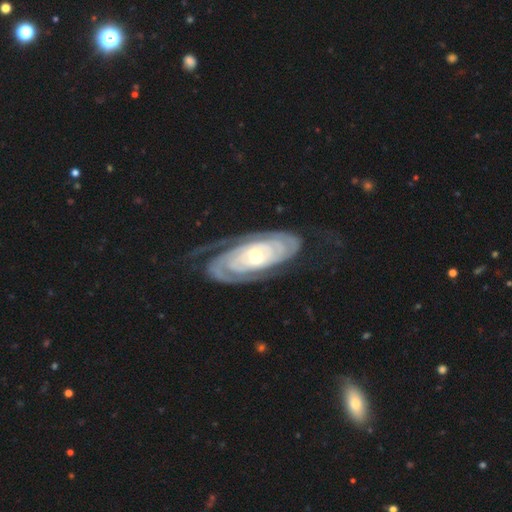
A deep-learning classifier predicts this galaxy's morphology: smooth_or_featured: featured or disk (p=0.90) [alt: smooth p=0.06]
disk_edge_on: no (p=0.94) [alt: yes p=0.06]
bar: no (p=0.59) [alt: weak p=0.26]
has_spiral_arms: yes (p=0.97) [alt: no p=0.03]
spiral_winding: tight (p=0.83) [alt: medium p=0.13]
spiral_arm_count: 2 (p=0.47) [alt: can't tell p=0.24]
bulge_size: moderate (p=0.60) [alt: small p=0.33]
merging: none (p=0.70) [alt: minor disturbance p=0.17]